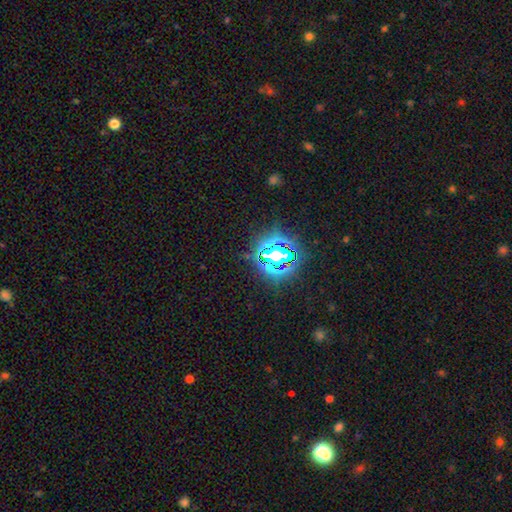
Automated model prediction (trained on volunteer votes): This is likely a star or artifact rather than a galaxy (79%).